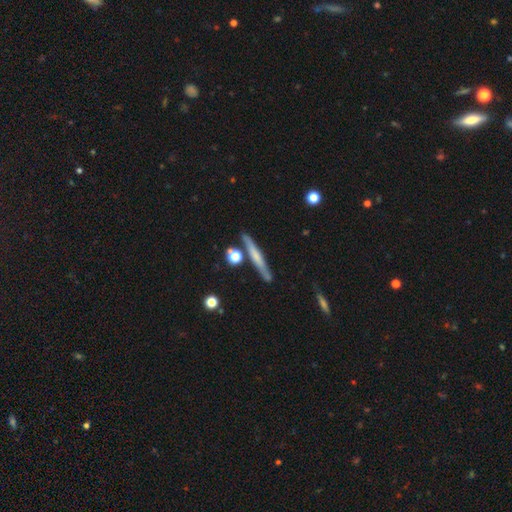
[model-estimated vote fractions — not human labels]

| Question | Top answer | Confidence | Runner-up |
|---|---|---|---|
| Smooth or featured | featured or disk | 47% | smooth (46%) |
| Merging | none | 83% | minor disturbance (10%) |